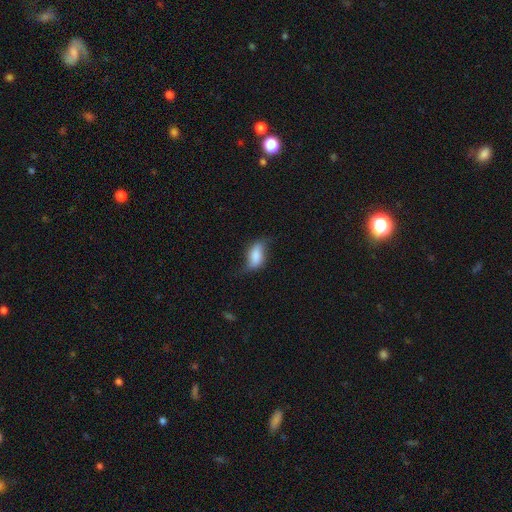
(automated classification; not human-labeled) Q: Smooth or featured?
A: smooth (66%); runner-up: featured or disk (26%)
Q: How rounded?
A: in between (87%); runner-up: cigar-shaped (8%)
Q: Merging?
A: none (50%); runner-up: minor disturbance (33%)